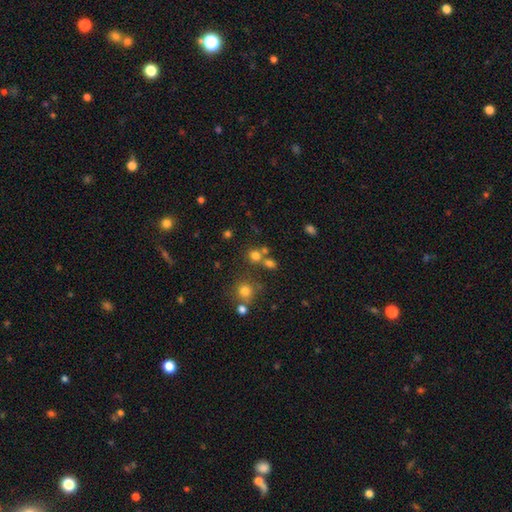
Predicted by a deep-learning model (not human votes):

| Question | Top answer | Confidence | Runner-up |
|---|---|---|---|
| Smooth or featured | smooth | 70% | star or artifact (20%) |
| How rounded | round | 82% | in between (16%) |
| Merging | none | 60% | merger (27%) |